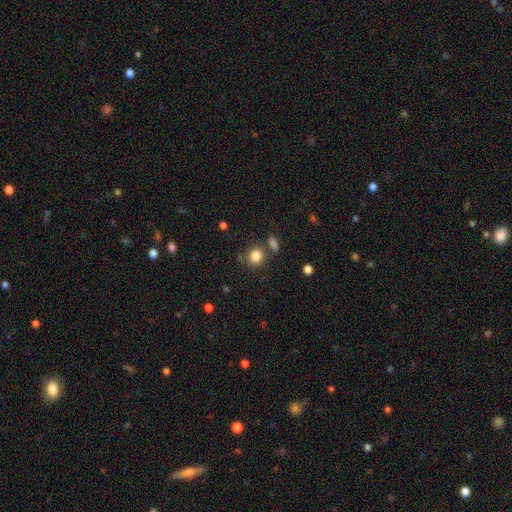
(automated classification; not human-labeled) Smooth or featured: smooth — 83% (star or artifact — 11%)
How rounded: round — 75% (in between — 24%)
Merging: none — 73% (merger — 12%)